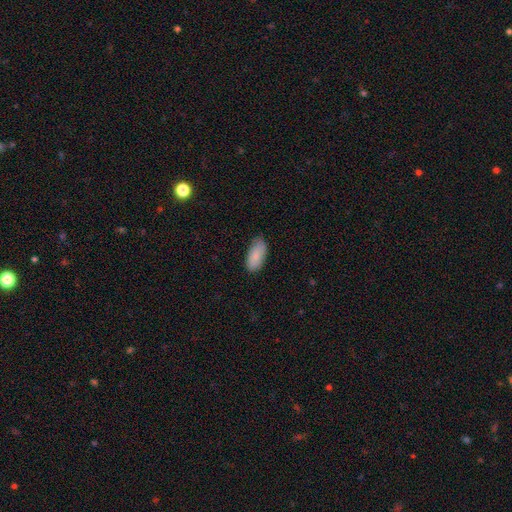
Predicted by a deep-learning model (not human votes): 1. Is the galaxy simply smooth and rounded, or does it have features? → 86% smooth, 8% featured or disk, 6% star or artifact.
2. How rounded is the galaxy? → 92% in between, 6% cigar-shaped, 2% round.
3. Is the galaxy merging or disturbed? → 78% none, 18% minor disturbance, 3% major disturbance, 1% merger.